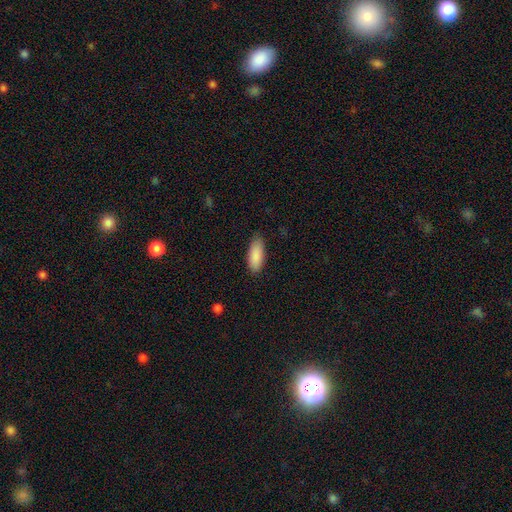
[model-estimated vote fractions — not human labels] Smooth or featured? smooth (89%)
How rounded? in between (83%)
Merging? none (83%)